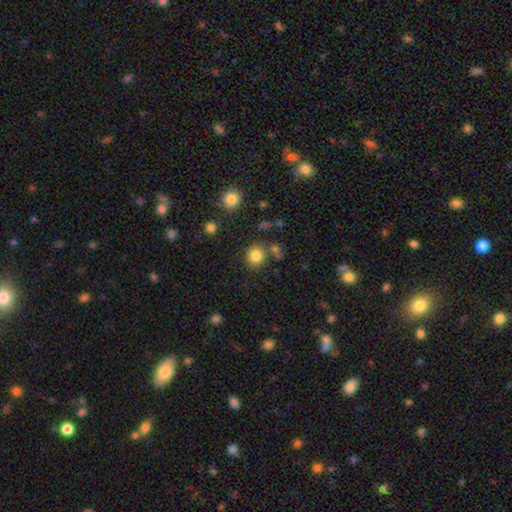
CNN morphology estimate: smooth_or_featured: smooth (p=0.83) [alt: star or artifact p=0.11]
how_rounded: round (p=0.84) [alt: in between p=0.15]
merging: none (p=0.78) [alt: minor disturbance p=0.10]